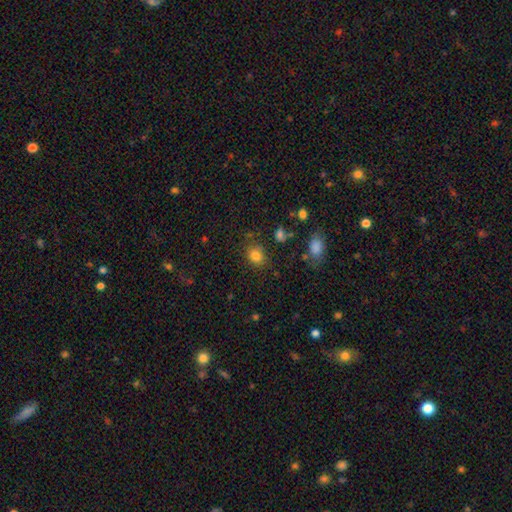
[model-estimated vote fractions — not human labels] Q: Smooth or featured?
A: smooth (81%); runner-up: star or artifact (13%)
Q: How rounded?
A: round (52%); runner-up: in between (47%)
Q: Merging?
A: none (78%); runner-up: minor disturbance (14%)